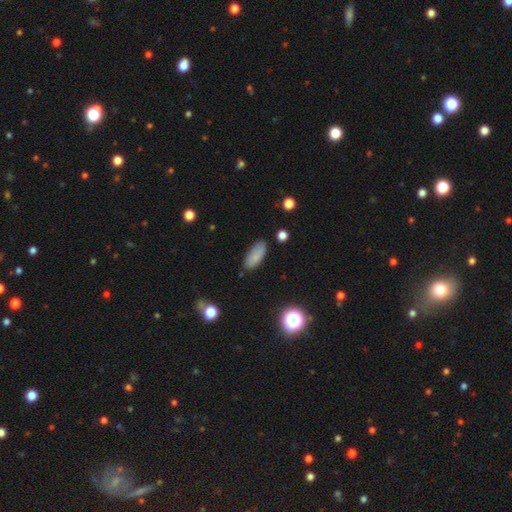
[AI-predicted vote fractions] This appears to be a smooth galaxy with no disk features (83%) that is in between round and cigar-shaped (79%). Merging: none (81%).